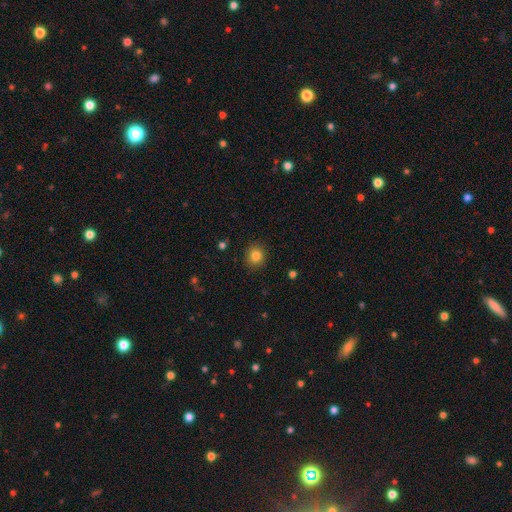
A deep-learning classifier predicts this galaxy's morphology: smooth 83%, star or artifact 11%, featured or disk 6%. Down the decision tree: how rounded — round (82%); merging — none (90%).